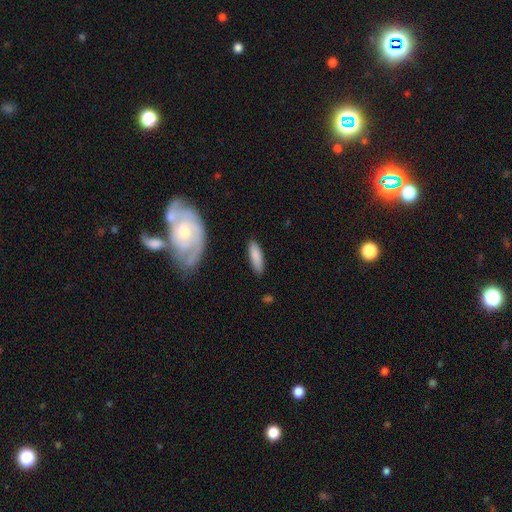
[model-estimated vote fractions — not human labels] Smooth or featured? Predicted: smooth (p=0.82). How rounded? Predicted: cigar-shaped (p=0.54). Merging? Predicted: none (p=0.84).